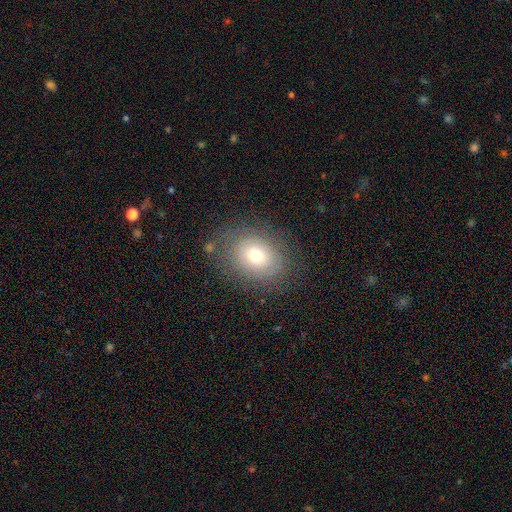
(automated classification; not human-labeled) This is likely a smooth galaxy (65%). How rounded: possibly in between (51%). Merging: likely none (75%).